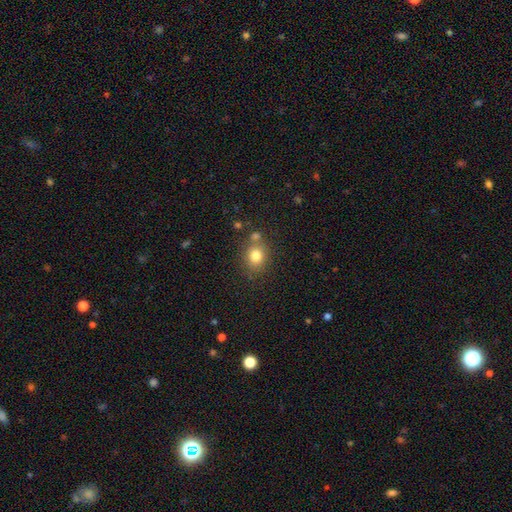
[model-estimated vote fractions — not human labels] A smooth galaxy with no disk features (80%) that is round (70%). Merging: none (71%).